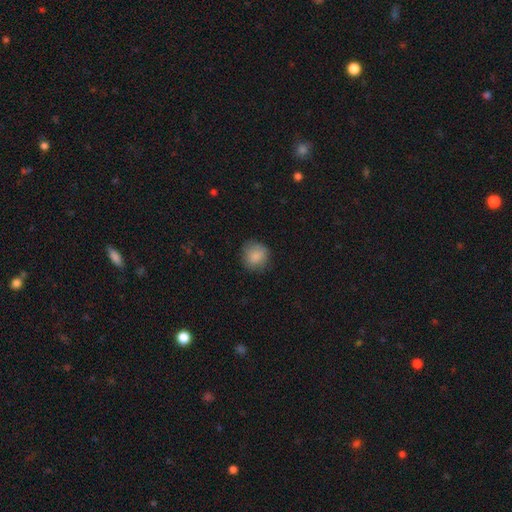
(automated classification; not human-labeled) Morphology: type=smooth (86%); roundness=round (88%); merging=none (81%).